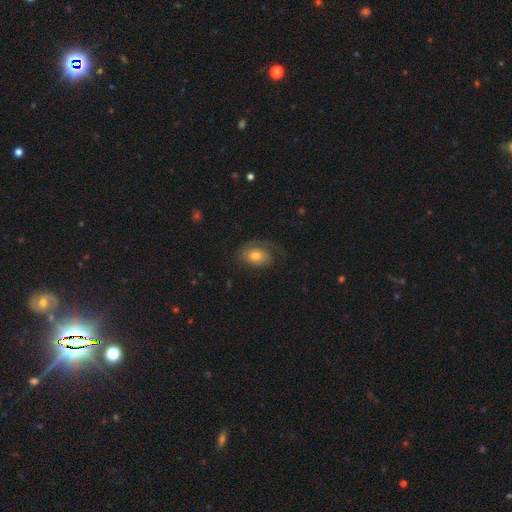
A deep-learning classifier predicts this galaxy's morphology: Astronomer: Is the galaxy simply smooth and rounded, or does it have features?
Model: featured or disk — 47% (runner-up: smooth, 45%).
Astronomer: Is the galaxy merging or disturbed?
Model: none — 57%.